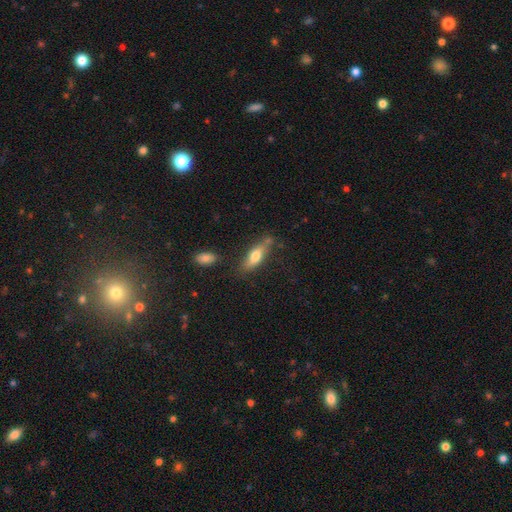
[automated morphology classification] smooth 64%, featured or disk 29%, star or artifact 7%. Down the decision tree: how rounded — in between (54%); merging — none (68%).